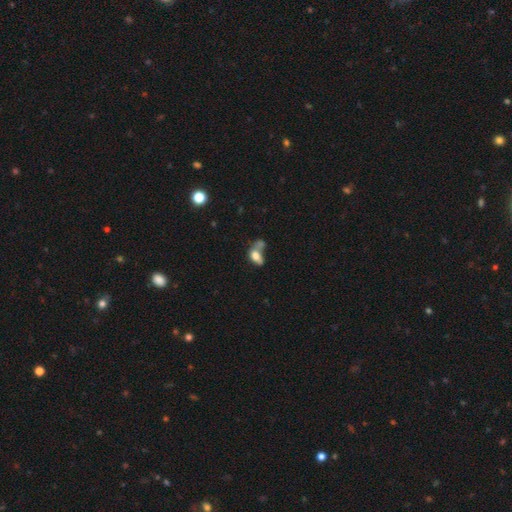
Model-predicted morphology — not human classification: Overall: smooth (70%). How rounded: in between (82%). Merging: merger (46%; none 21%).